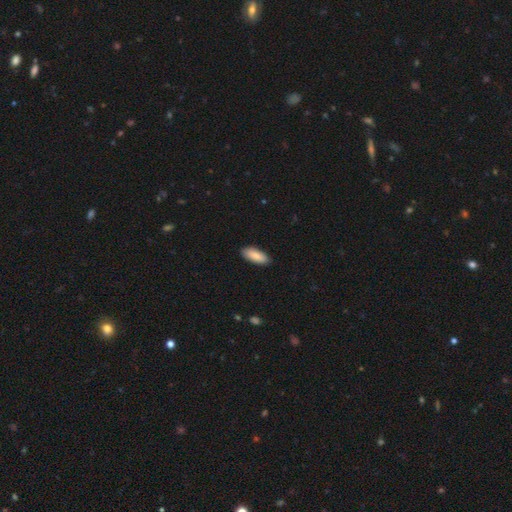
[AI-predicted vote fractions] The model was most divided on "how rounded": in between: 79%, cigar-shaped: 19%, round: 2%. More confident: merging — none (89%); smooth or featured — smooth (87%).